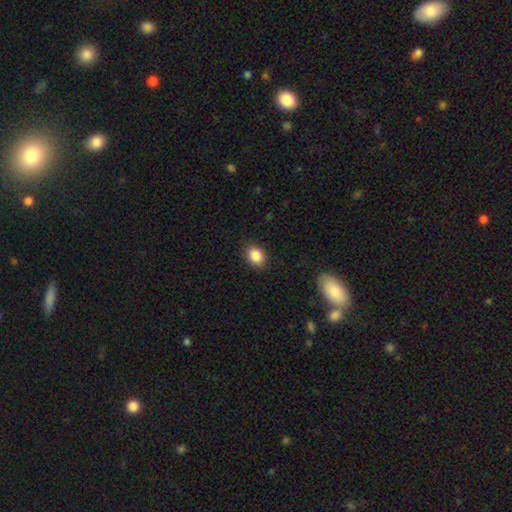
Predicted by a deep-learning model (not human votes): The model was most divided on "how rounded": in between: 58%, round: 41%, cigar-shaped: 1%. More confident: merging — none (87%); smooth or featured — smooth (86%).